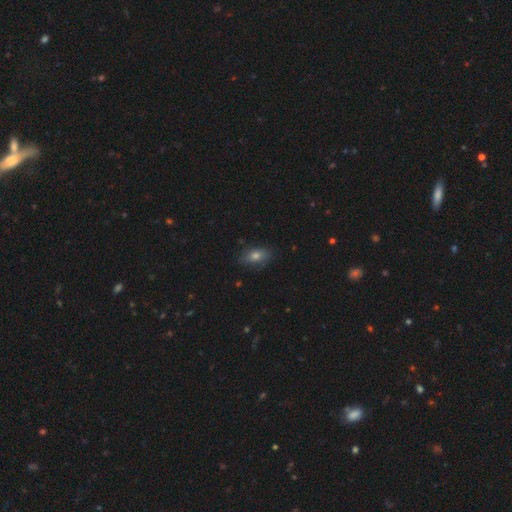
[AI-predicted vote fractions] A smooth galaxy with no disk features (71%) that is in between round and cigar-shaped (82%).

Vote fractions:
- Smooth or featured? smooth: 71% / star or artifact: 15% / featured or disk: 14%
- How rounded? in between: 82% / round: 14% / cigar-shaped: 4%
- Merging? none: 83% / minor disturbance: 13% / major disturbance: 3% / merger: 1%